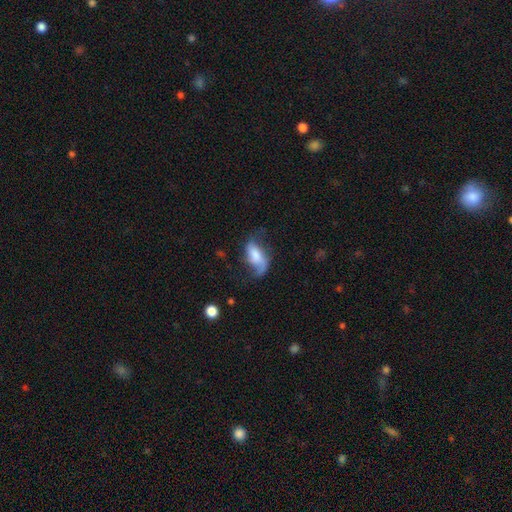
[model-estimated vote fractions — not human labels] featured or disk 51%, smooth 41%, star or artifact 8%. Down the decision tree: edge-on disk — no (92%); merging — none (41%).